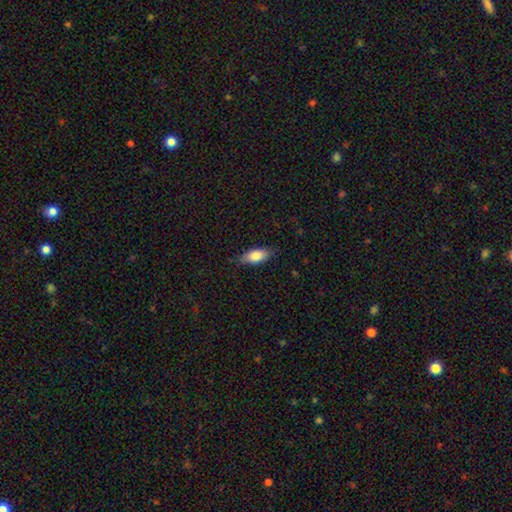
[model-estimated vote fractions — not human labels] smooth 82%, featured or disk 12%, star or artifact 7%. Down the decision tree: how rounded — in between (84%); merging — none (80%).